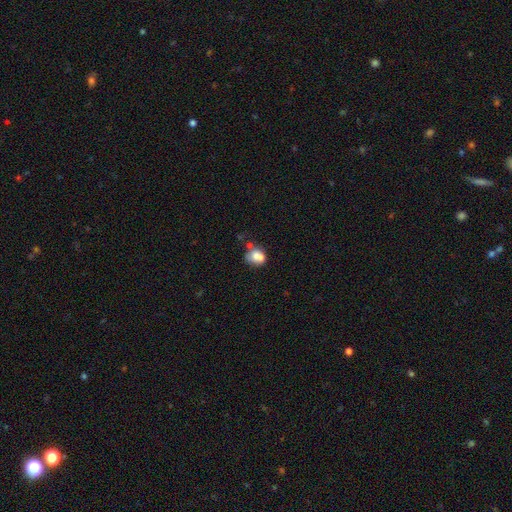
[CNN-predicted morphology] Overall: smooth (70%). How rounded: round (56%; in between 43%). Merging: none (35%; merger 34%).